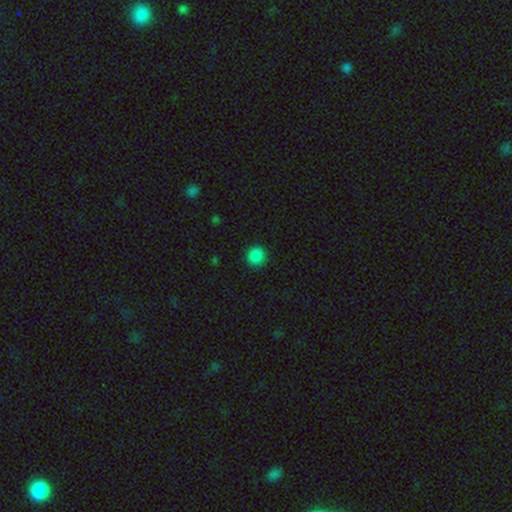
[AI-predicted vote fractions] Smooth or featured?
  - smooth: 87% *
  - star or artifact: 11%
  - featured or disk: 2%
How rounded?
  - round: 93% *
  - in between: 6%
  - cigar-shaped: 1%
Merging?
  - none: 92% *
  - minor disturbance: 6%
  - major disturbance: 2%
  - merger: 1%